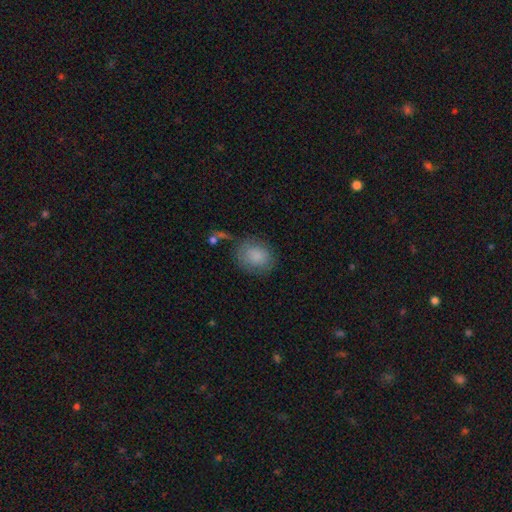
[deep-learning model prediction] smooth 85%, featured or disk 8%, star or artifact 7%. Down the decision tree: how rounded — round (60%); merging — none (67%).